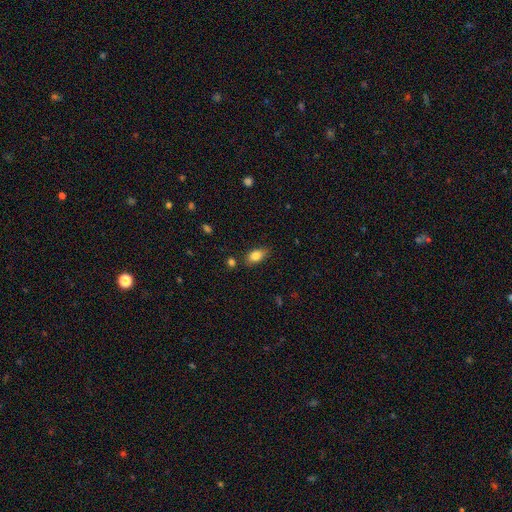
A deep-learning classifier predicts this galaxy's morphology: A smooth galaxy with no disk features (83%) that is in between round and cigar-shaped (88%). Merging: none (80%).